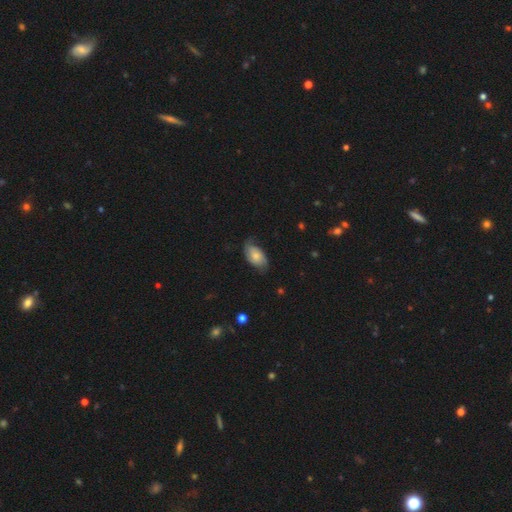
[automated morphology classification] Smooth or featured?
  - smooth: 54% *
  - featured or disk: 39%
  - star or artifact: 7%
How rounded?
  - in between: 92% *
  - round: 6%
  - cigar-shaped: 2%
Merging?
  - none: 63% *
  - minor disturbance: 28%
  - major disturbance: 8%
  - merger: 1%